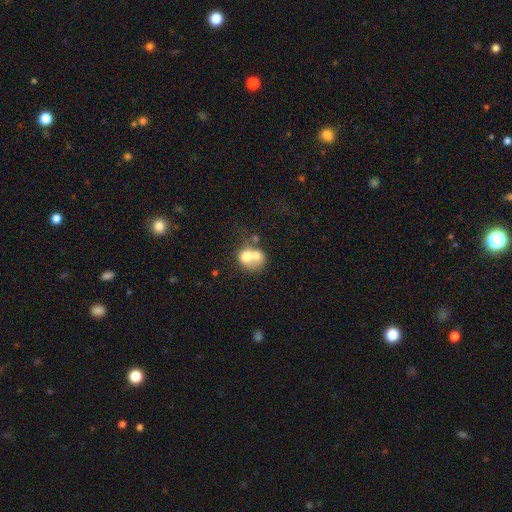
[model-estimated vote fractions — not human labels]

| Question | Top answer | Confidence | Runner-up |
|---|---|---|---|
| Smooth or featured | smooth | 64% | featured or disk (26%) |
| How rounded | round | 66% | in between (33%) |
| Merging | merger | 68% | none (20%) |